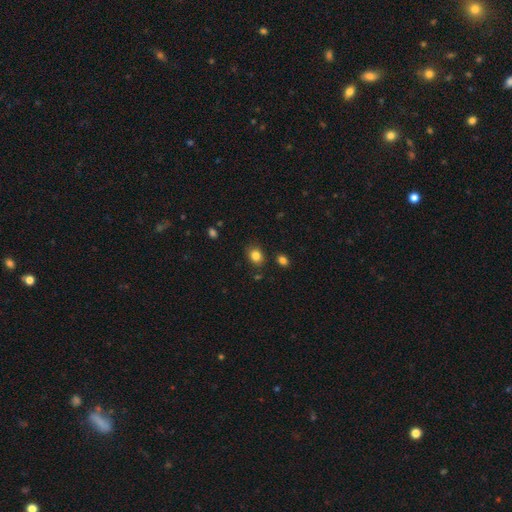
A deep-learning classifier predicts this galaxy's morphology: A smooth galaxy with no disk features (83%) that is round (52%).

Vote fractions:
- Smooth or featured? smooth: 83% / star or artifact: 11% / featured or disk: 6%
- How rounded? round: 52% / in between: 47% / cigar-shaped: 1%
- Merging? none: 82% / minor disturbance: 12% / merger: 3% / major disturbance: 3%